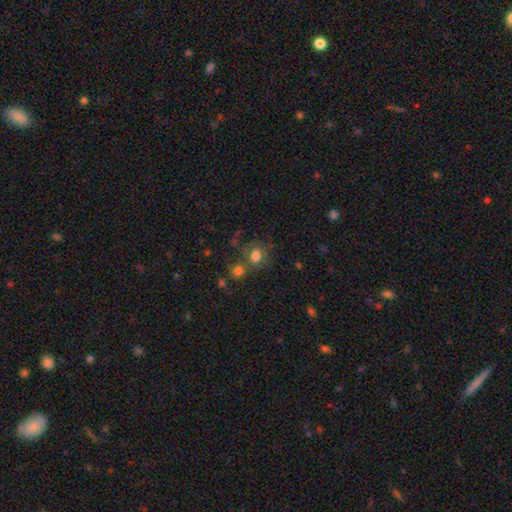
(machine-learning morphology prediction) Q: Smooth or featured?
A: smooth (72%); runner-up: featured or disk (14%)
Q: How rounded?
A: round (66%); runner-up: in between (33%)
Q: Merging?
A: none (52%); runner-up: merger (26%)